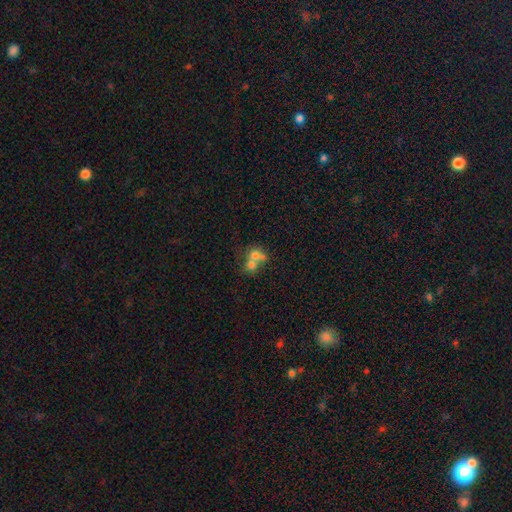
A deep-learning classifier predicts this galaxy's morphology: A smooth galaxy with no disk features (64%) that is round (74%).

Vote fractions:
- Smooth or featured? smooth: 64% / featured or disk: 24% / star or artifact: 13%
- How rounded? round: 74% / in between: 25% / cigar-shaped: 1%
- Merging? merger: 67% / none: 25% / minor disturbance: 5% / major disturbance: 3%